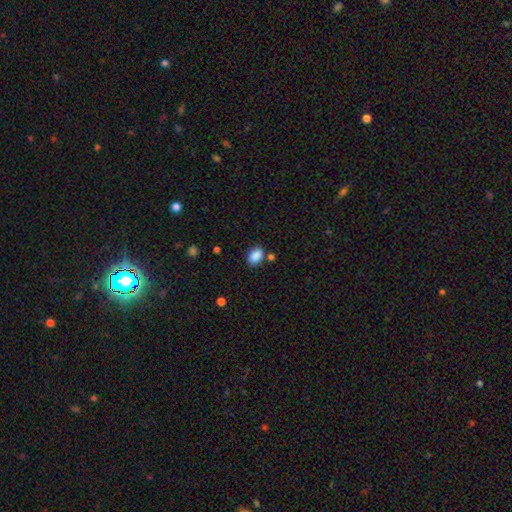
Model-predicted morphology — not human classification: Overall: smooth (88%). How rounded: in between (77%). Merging: none (76%).